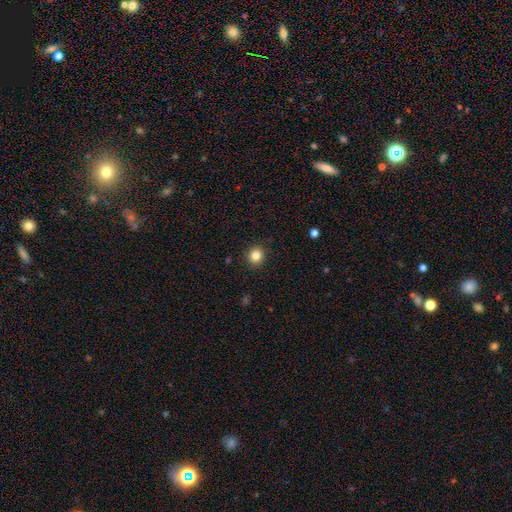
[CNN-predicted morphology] smooth_or_featured: smooth (p=0.84) [alt: star or artifact p=0.11]
how_rounded: round (p=0.88) [alt: in between p=0.11]
merging: none (p=0.91) [alt: minor disturbance p=0.06]